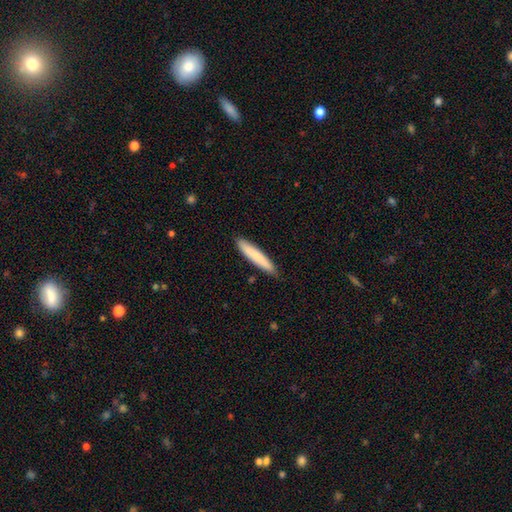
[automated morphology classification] The model was most divided on "smooth or featured": smooth: 80%, featured or disk: 14%, star or artifact: 5%. More confident: how rounded — cigar-shaped (92%); merging — none (88%).